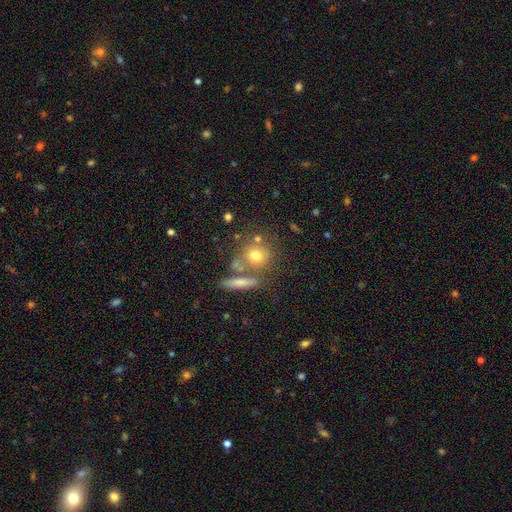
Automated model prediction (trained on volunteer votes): Morphology: type=smooth (70%); roundness=round (80%); merging=none (62%).